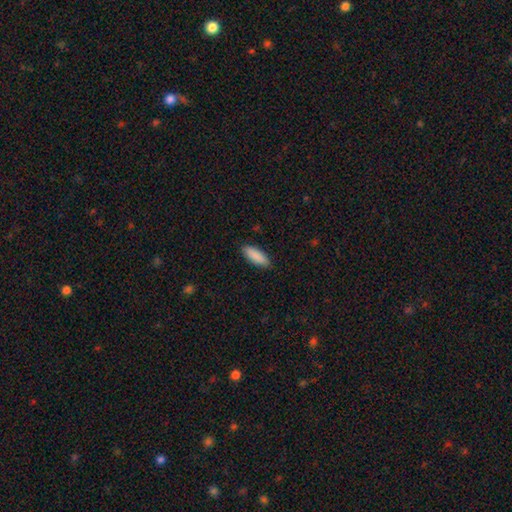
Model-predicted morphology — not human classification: Smooth or featured? Predicted: smooth (p=0.90). How rounded? Predicted: in between (p=0.64). Merging? Predicted: none (p=0.88).